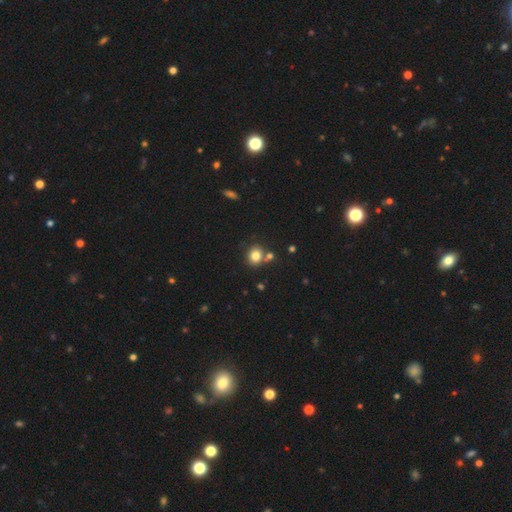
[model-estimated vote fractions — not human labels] smooth-or-featured: smooth: 81% | star or artifact: 12% | featured or disk: 8%
  how-rounded: round: 75% | in between: 24% | cigar-shaped: 1%
  merging: none: 69% | merger: 17% | minor disturbance: 10% | major disturbance: 3%